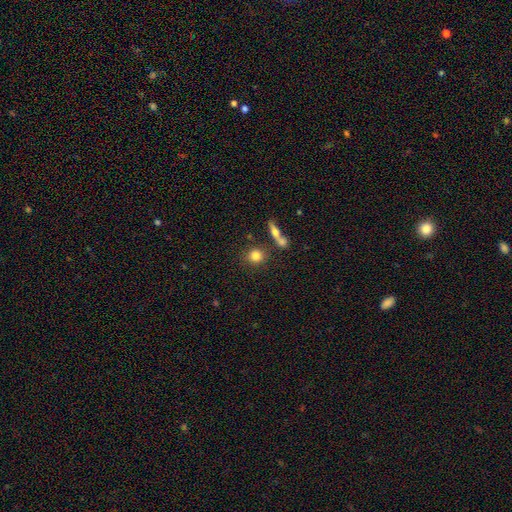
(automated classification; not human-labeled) Overall: smooth (80%). How rounded: round (81%). Merging: none (74%).